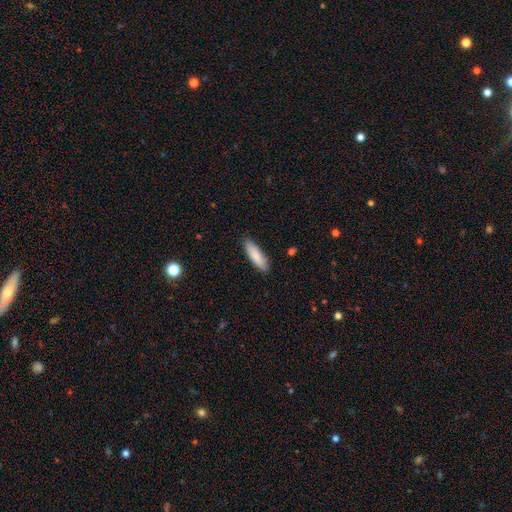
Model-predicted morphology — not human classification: This appears to be a smooth galaxy with no disk features (86%) that is cigar-shaped (55%). Merging: none (86%).